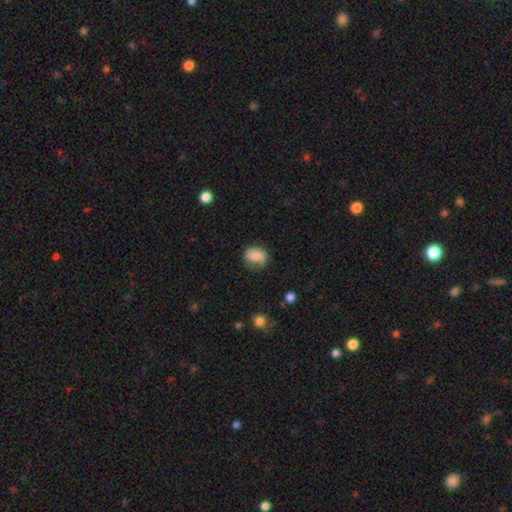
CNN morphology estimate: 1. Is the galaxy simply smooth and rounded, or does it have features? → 77% smooth, 15% featured or disk, 9% star or artifact.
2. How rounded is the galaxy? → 51% in between, 47% round, 1% cigar-shaped.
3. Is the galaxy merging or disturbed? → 57% none, 29% minor disturbance, 12% major disturbance, 2% merger.